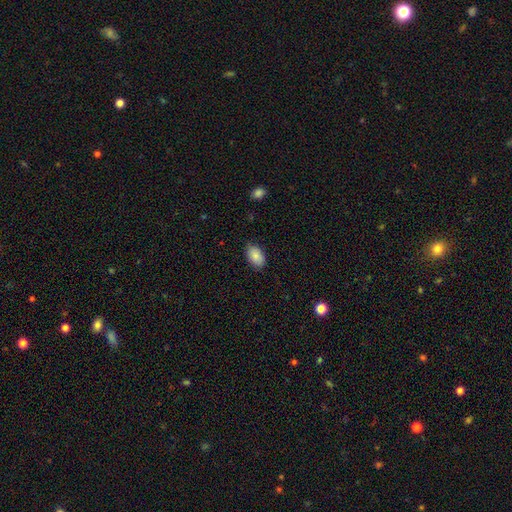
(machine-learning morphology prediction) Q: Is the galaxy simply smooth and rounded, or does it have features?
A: smooth — 84%.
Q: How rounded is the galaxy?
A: in between — 91%.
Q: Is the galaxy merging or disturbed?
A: none — 83%.